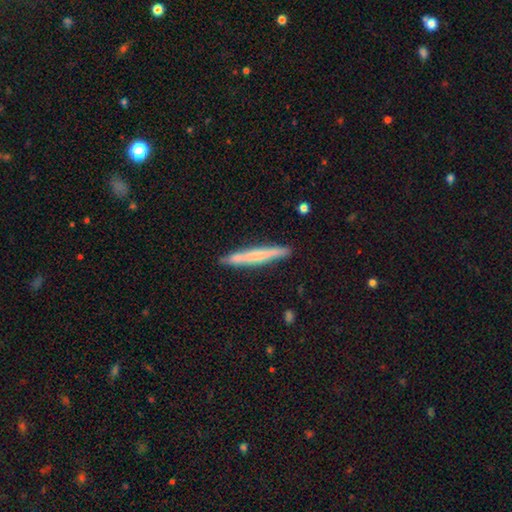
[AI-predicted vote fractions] Morphology: type=smooth (54%); roundness=cigar-shaped (96%); merging=none (88%).